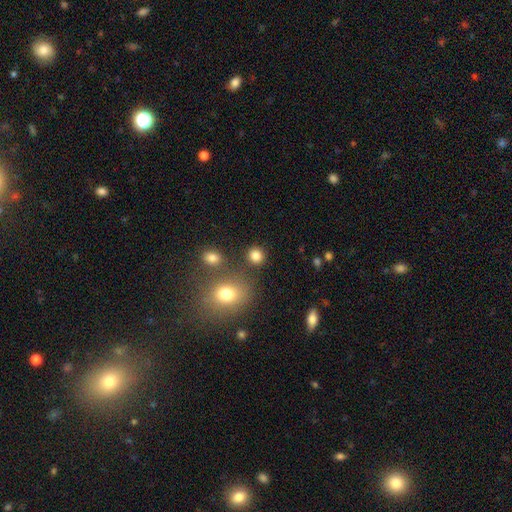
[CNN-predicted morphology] The model was most divided on "smooth or featured": smooth: 83%, star or artifact: 12%, featured or disk: 5%. More confident: how rounded — round (87%); merging — none (82%).